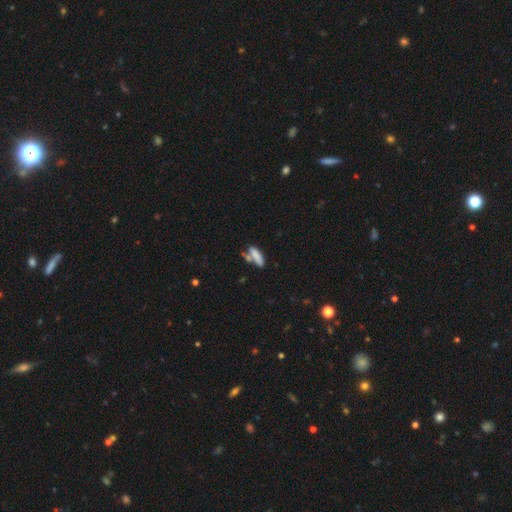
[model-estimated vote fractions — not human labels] This appears to be a smooth galaxy with no disk features (78%) that is in between round and cigar-shaped (53%). Merging: none (48%).